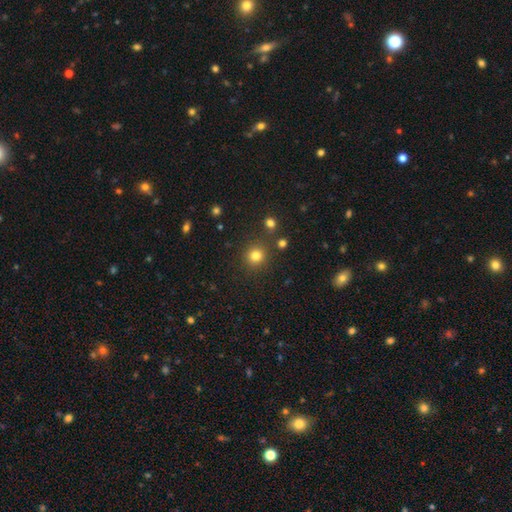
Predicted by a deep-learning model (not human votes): A smooth galaxy with no disk features (80%) that is round (92%). Merging: none (86%).